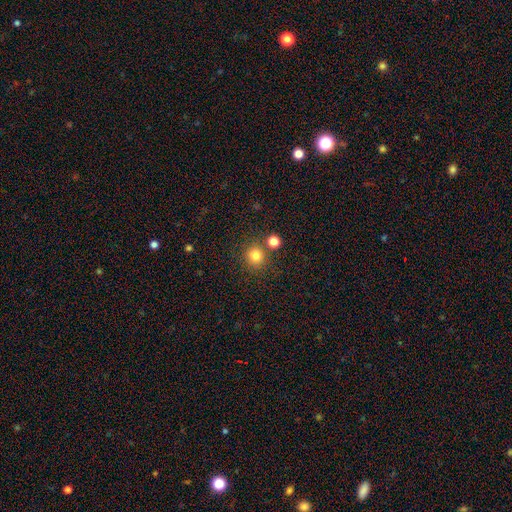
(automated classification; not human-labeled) This appears to be a smooth galaxy with no disk features (80%) that is round (91%). Merging: none (79%).